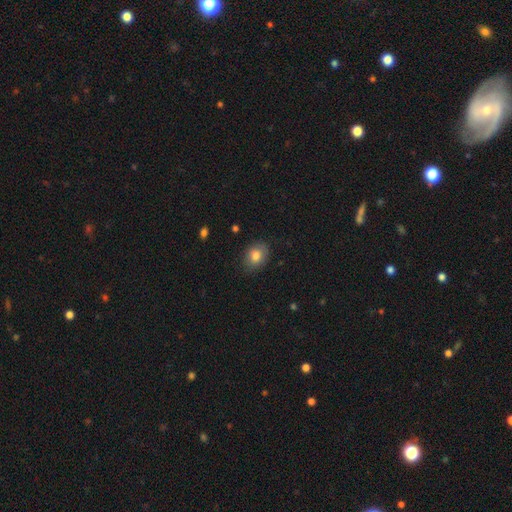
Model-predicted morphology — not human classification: smooth_or_featured: smooth (p=0.82) [alt: featured or disk p=0.09]
how_rounded: in between (p=0.60) [alt: round p=0.39]
merging: none (p=0.81) [alt: minor disturbance p=0.14]